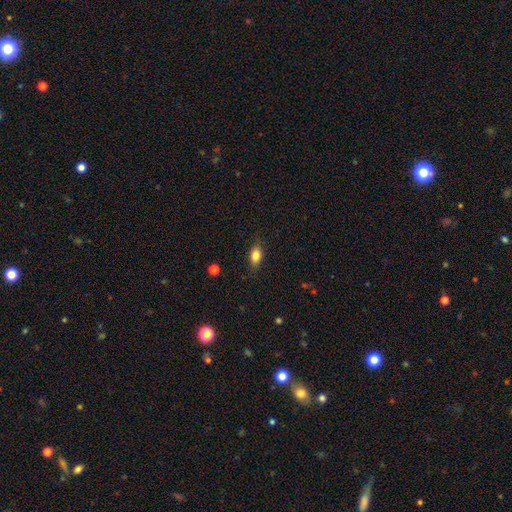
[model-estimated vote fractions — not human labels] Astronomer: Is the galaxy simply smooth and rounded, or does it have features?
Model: smooth — 83%.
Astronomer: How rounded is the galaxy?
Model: in between — 84%.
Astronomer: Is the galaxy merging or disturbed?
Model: none — 83%.